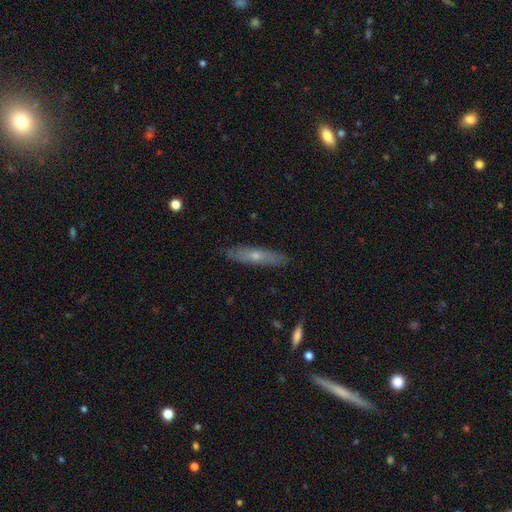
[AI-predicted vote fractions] Smooth or featured?
  - featured or disk: 48% *
  - smooth: 46%
  - star or artifact: 7%
Merging?
  - none: 86% *
  - minor disturbance: 11%
  - major disturbance: 2%
  - merger: 1%